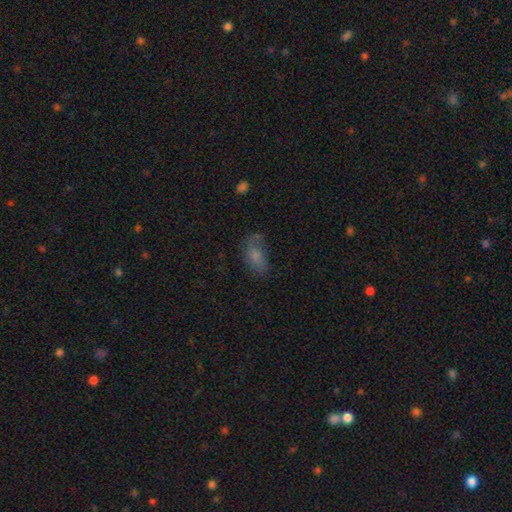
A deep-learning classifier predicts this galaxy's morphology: Smooth or featured: smooth — 71% (featured or disk — 16%)
How rounded: in between — 89% (round — 7%)
Merging: none — 52% (minor disturbance — 28%)